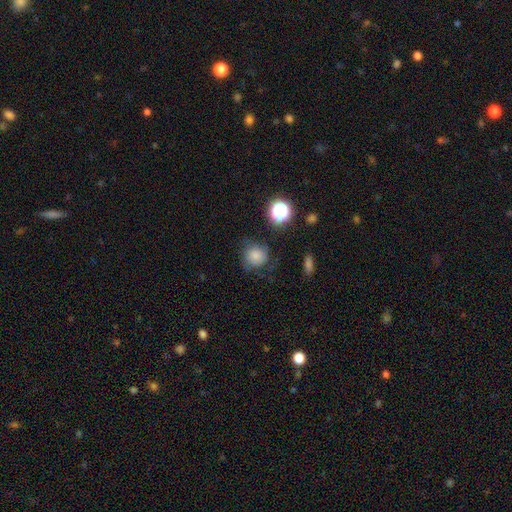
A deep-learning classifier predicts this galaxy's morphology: Smooth or featured: smooth — 76% (star or artifact — 13%)
How rounded: round — 88% (in between — 11%)
Merging: none — 67% (minor disturbance — 20%)